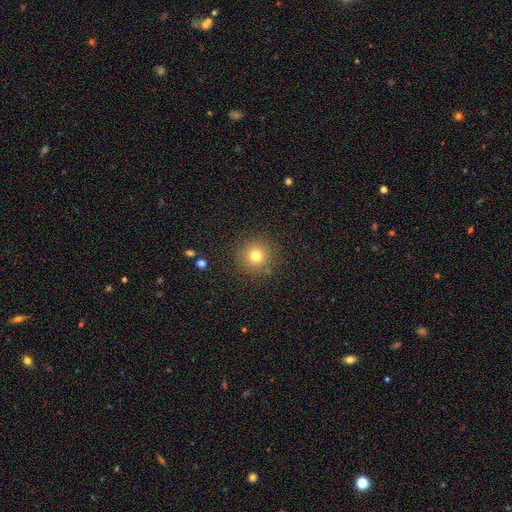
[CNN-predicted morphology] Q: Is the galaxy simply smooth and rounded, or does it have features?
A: smooth — 76%.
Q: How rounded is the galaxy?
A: round — 95%.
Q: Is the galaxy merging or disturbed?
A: none — 89%.